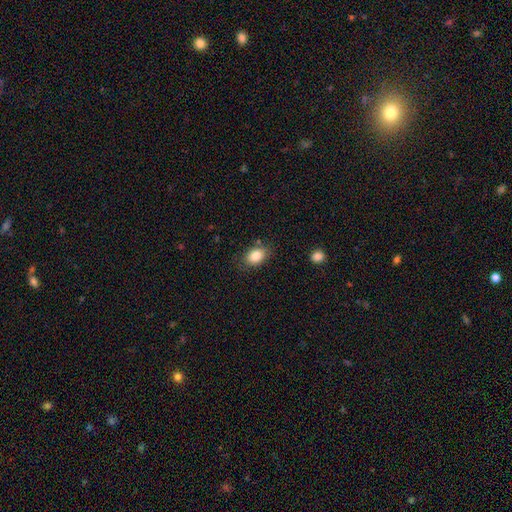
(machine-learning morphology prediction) smooth_or_featured: smooth (p=0.85) [alt: star or artifact p=0.08]
how_rounded: in between (p=0.79) [alt: round p=0.20]
merging: none (p=0.79) [alt: minor disturbance p=0.14]